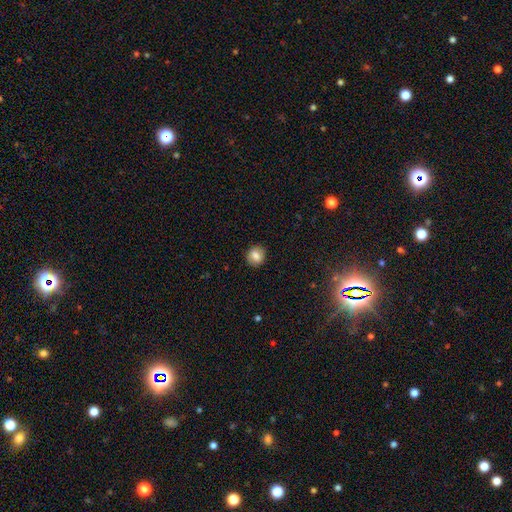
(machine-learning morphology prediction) smooth-or-featured: smooth: 80% | featured or disk: 10% | star or artifact: 9%
  how-rounded: round: 75% | in between: 24% | cigar-shaped: 1%
  merging: none: 88% | minor disturbance: 8% | major disturbance: 2% | merger: 1%